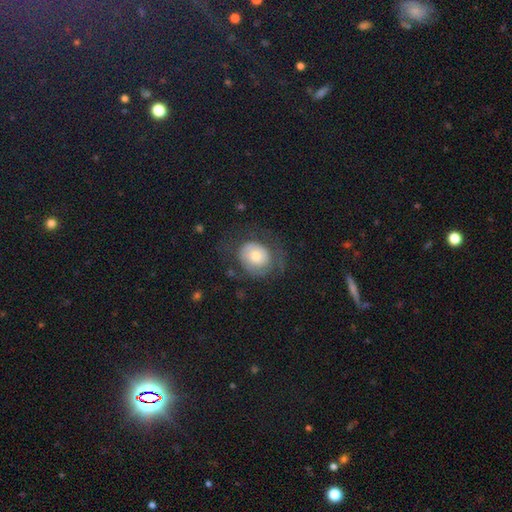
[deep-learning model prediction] A smooth galaxy with no disk features (51%) that is round (69%).

Vote fractions:
- Smooth or featured? smooth: 51% / featured or disk: 40% / star or artifact: 9%
- How rounded? round: 69% / in between: 30% / cigar-shaped: 1%
- Merging? none: 55% / major disturbance: 22% / minor disturbance: 21% / merger: 2%